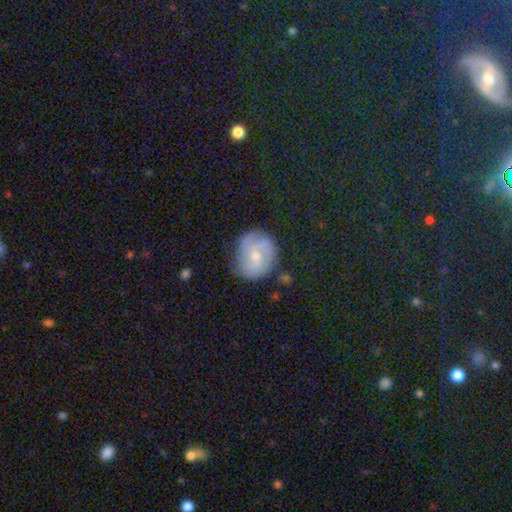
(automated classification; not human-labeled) featured or disk 62%, smooth 30%, star or artifact 8%. Down the decision tree: edge-on disk — no (97%); bar — no (62%); spiral arms — yes (88%); spiral arm count — 3 (31%); spiral winding — tight (43%); bulge size — small (51%); merging — none (70%).